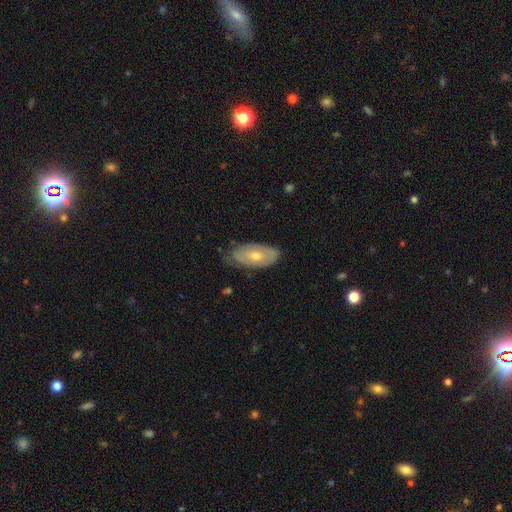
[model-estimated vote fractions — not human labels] smooth_or_featured: featured or disk (p=0.56) [alt: smooth p=0.38]
disk_edge_on: no (p=0.87) [alt: yes p=0.13]
merging: none (p=0.68) [alt: minor disturbance p=0.26]